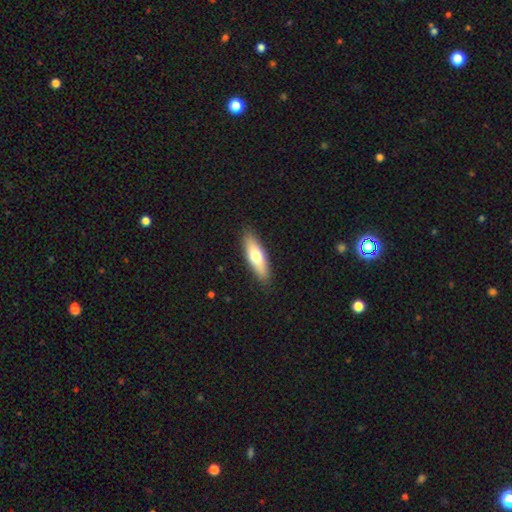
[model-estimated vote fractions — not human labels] Smooth or featured?
  - smooth: 63% *
  - featured or disk: 32%
  - star or artifact: 6%
How rounded?
  - cigar-shaped: 50% *
  - in between: 48%
  - round: 2%
Merging?
  - none: 88% *
  - minor disturbance: 9%
  - major disturbance: 2%
  - merger: 1%